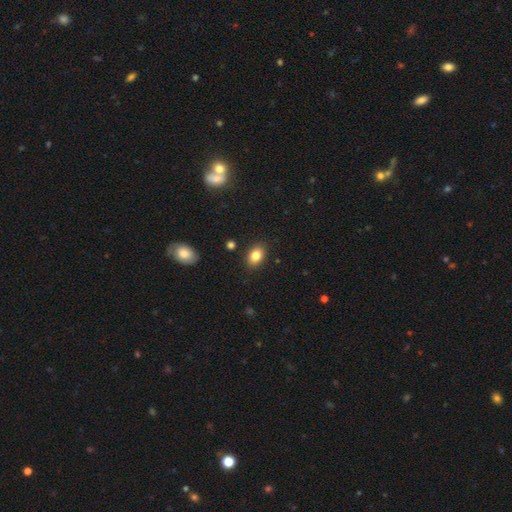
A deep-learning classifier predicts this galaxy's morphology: The model was most divided on "how rounded": in between: 83%, round: 16%, cigar-shaped: 1%. More confident: merging — none (87%); smooth or featured — smooth (82%).